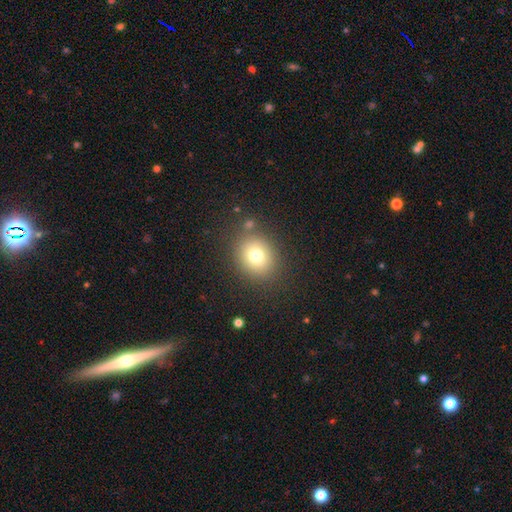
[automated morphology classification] A smooth galaxy with no disk features (75%) that is round (74%). Merging: none (83%).